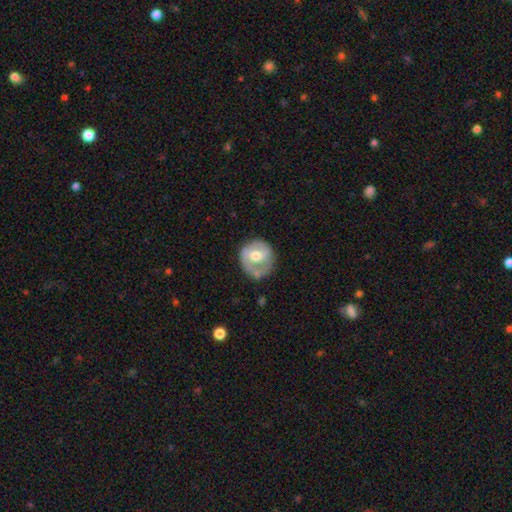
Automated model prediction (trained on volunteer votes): smooth_or_featured: smooth (p=0.49) [alt: featured or disk p=0.45]
merging: none (p=0.55) [alt: minor disturbance p=0.26]